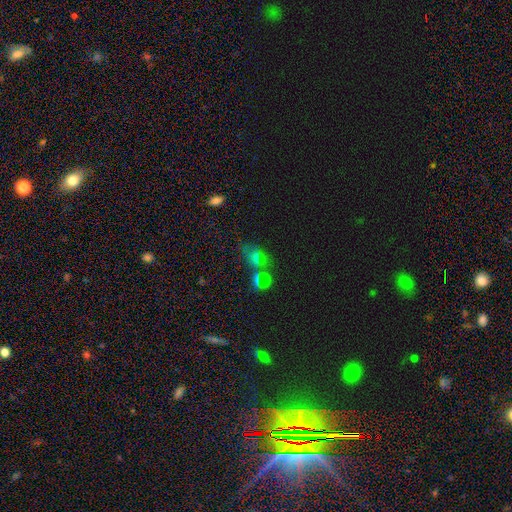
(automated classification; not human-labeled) This appears to be a smooth galaxy with no disk features (45%). Merging: none (45%).